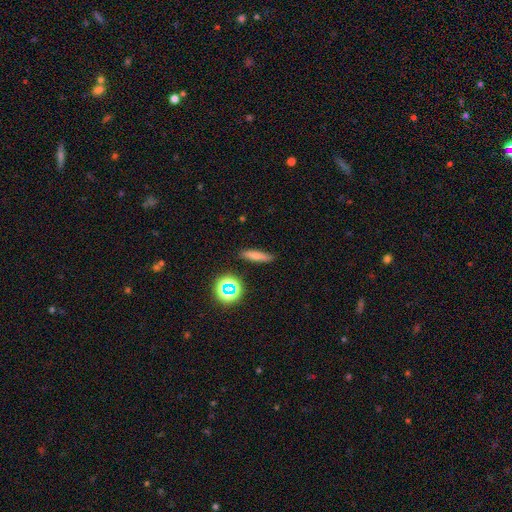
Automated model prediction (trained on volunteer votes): Morphology: type=smooth (69%); roundness=cigar-shaped (73%); merging=none (87%).